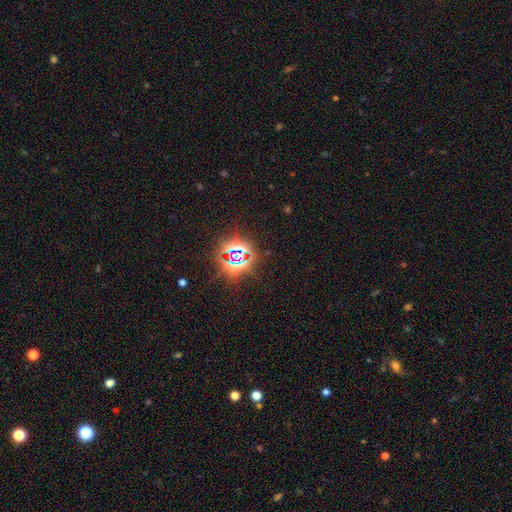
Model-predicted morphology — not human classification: A star or artifact, not a galaxy (81%).